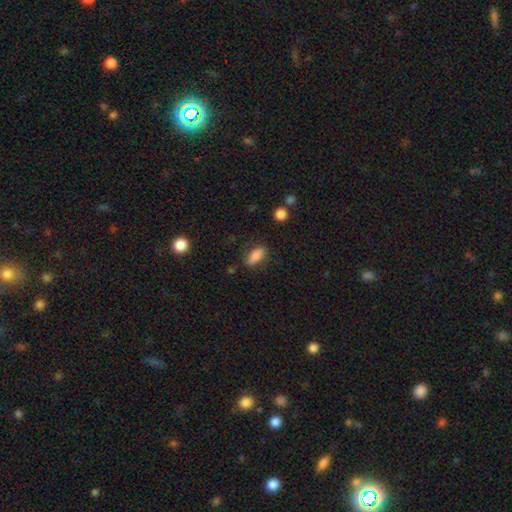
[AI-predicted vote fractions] Morphology: type=smooth (79%); roundness=in between (82%); merging=none (79%).